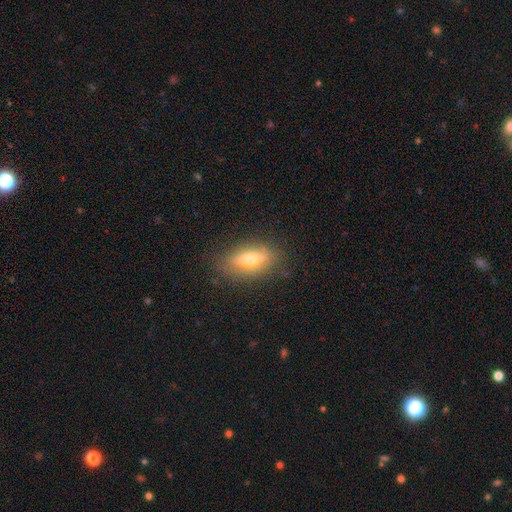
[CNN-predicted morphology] Smooth or featured? Predicted: featured or disk (p=0.45, tied with smooth). Merging? Predicted: none (p=0.83).